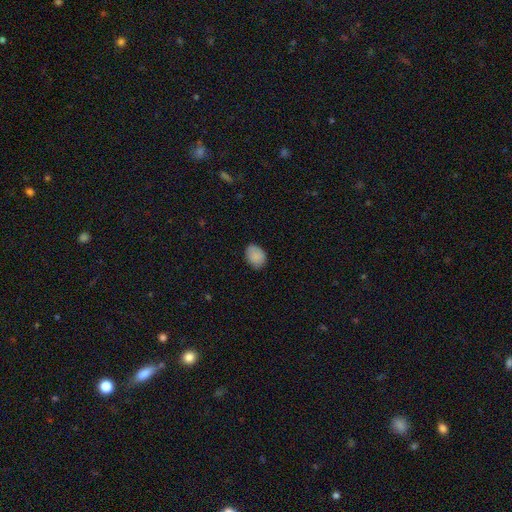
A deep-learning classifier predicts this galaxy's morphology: This appears to be a smooth galaxy with no disk features (86%) that is in between round and cigar-shaped (70%). Merging: none (79%).